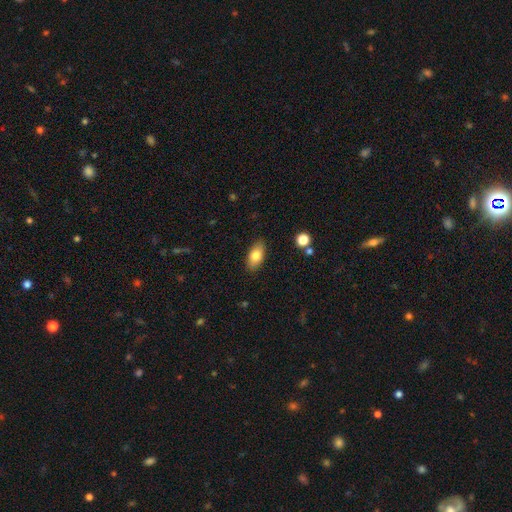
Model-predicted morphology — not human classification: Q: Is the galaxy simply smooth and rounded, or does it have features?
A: smooth — 80%.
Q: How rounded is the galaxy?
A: in between — 89%.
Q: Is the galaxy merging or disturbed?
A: none — 87%.